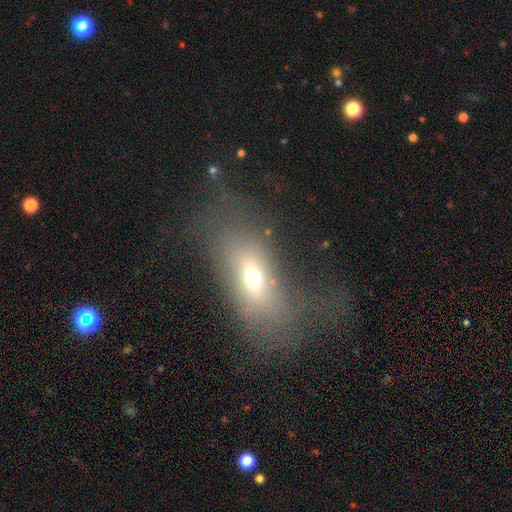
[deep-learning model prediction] Smooth or featured: smooth — 53% (featured or disk — 31%)
How rounded: in between — 78% (round — 11%)
Merging: major disturbance — 37% (none — 35%)